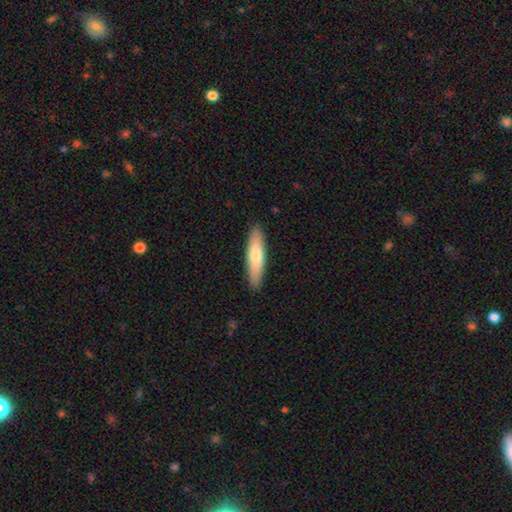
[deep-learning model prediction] Overall: smooth (68%). How rounded: cigar-shaped (74%). Merging: none (90%).